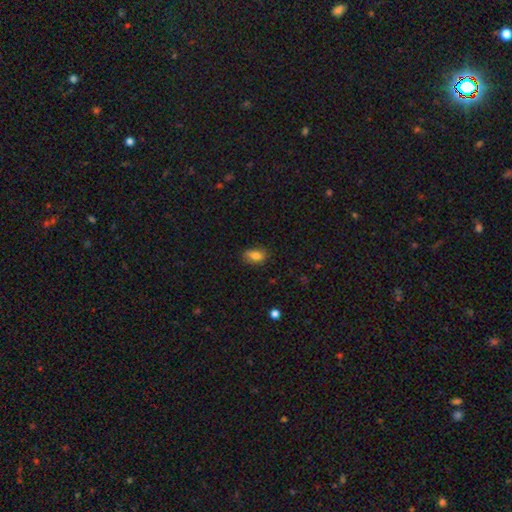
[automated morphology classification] Smooth or featured? smooth (82%)
How rounded? in between (84%)
Merging? none (79%)